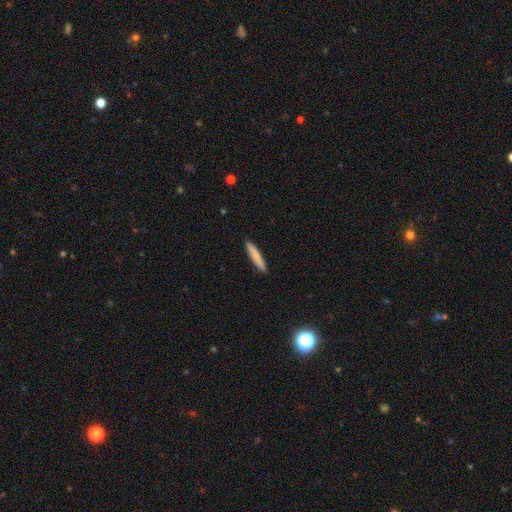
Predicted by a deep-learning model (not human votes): A smooth galaxy with no disk features (82%) that is cigar-shaped (92%).

Vote fractions:
- Smooth or featured? smooth: 82% / featured or disk: 13% / star or artifact: 6%
- How rounded? cigar-shaped: 92% / in between: 7% / round: 1%
- Merging? none: 91% / minor disturbance: 7% / major disturbance: 1% / merger: 1%